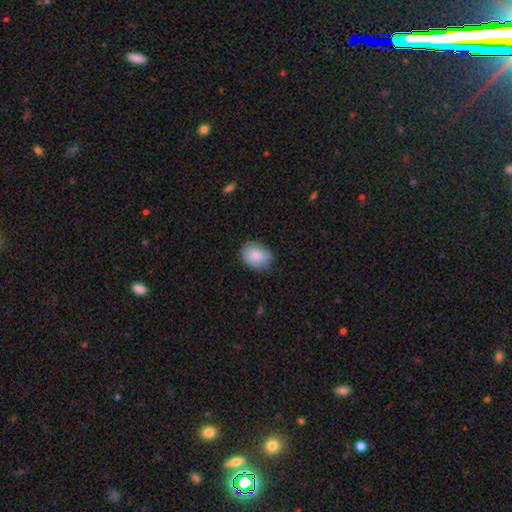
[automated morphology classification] Smooth or featured?
  - smooth: 85% *
  - featured or disk: 8%
  - star or artifact: 7%
How rounded?
  - in between: 63% *
  - round: 35%
  - cigar-shaped: 1%
Merging?
  - none: 64% *
  - minor disturbance: 30%
  - major disturbance: 5%
  - merger: 1%